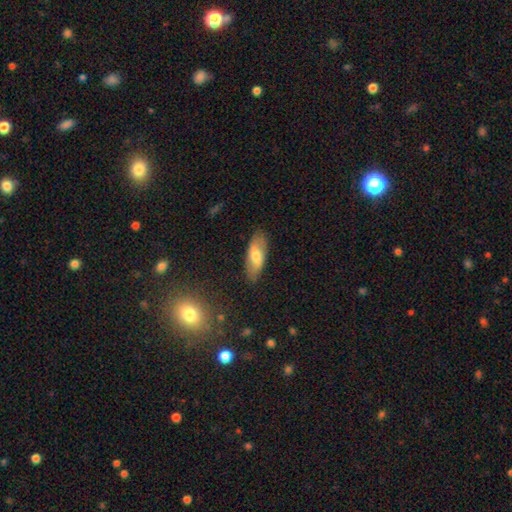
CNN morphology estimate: Smooth or featured: smooth — 64% (featured or disk — 29%)
How rounded: in between — 75% (cigar-shaped — 23%)
Merging: none — 82% (minor disturbance — 14%)